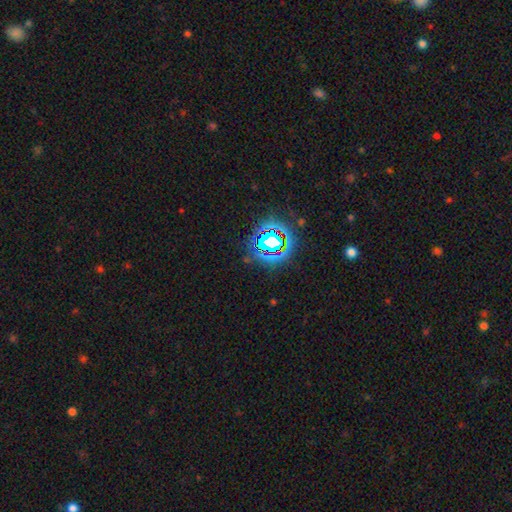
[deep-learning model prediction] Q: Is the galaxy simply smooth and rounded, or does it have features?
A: star or artifact — 79%.